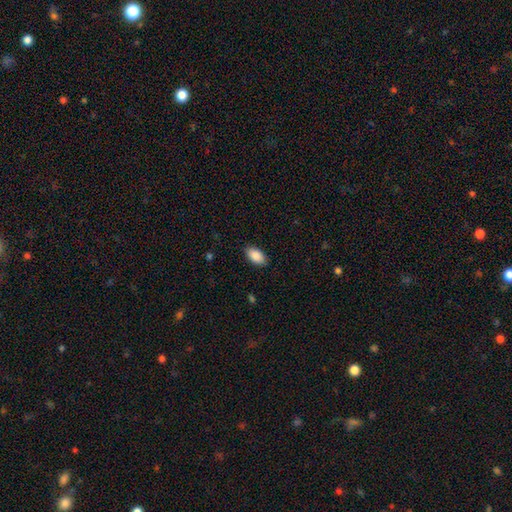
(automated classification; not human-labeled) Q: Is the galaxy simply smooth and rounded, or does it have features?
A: smooth — 88%.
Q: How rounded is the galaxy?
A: in between — 94%.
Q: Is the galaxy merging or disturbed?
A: none — 88%.